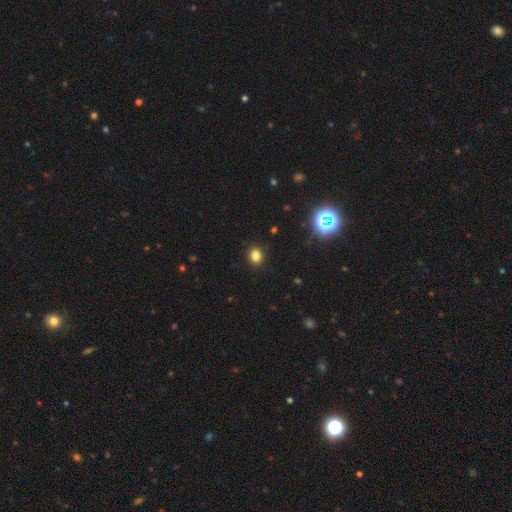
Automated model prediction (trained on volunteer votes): Morphology: type=smooth (81%); roundness=round (55%); merging=none (90%).